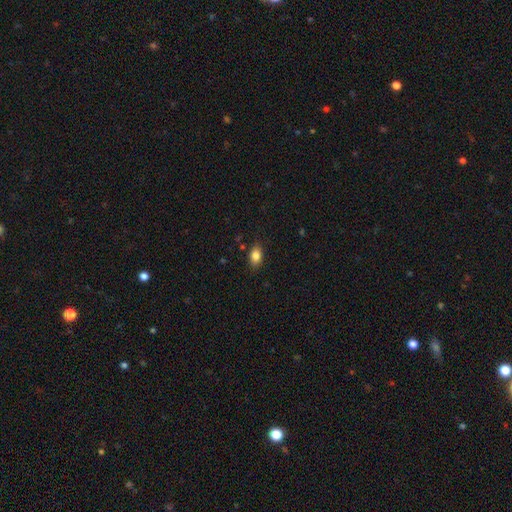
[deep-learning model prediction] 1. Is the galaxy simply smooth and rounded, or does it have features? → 84% smooth, 9% star or artifact, 7% featured or disk.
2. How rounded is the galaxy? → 85% in between, 13% round, 2% cigar-shaped.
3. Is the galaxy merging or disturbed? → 85% none, 12% minor disturbance, 3% major disturbance, 1% merger.